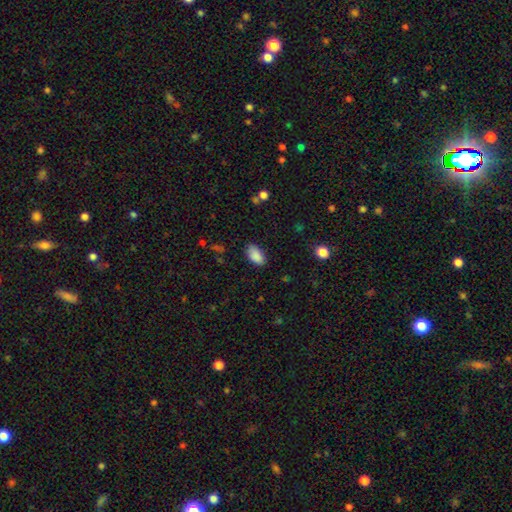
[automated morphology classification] This appears to be a smooth galaxy with no disk features (89%) that is in between round and cigar-shaped (94%). Merging: none (82%).